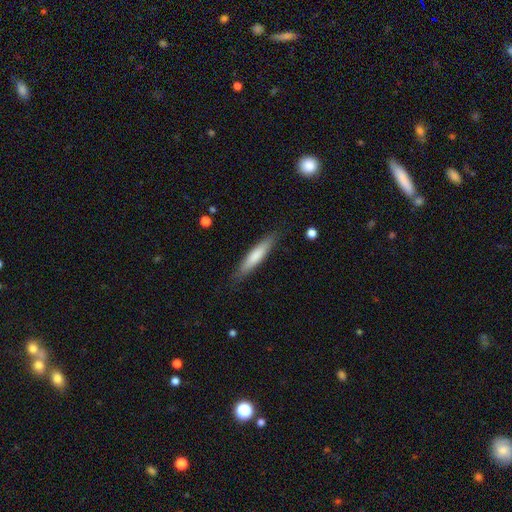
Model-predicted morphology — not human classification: Overall: smooth (75%). How rounded: cigar-shaped (85%). Merging: none (85%).